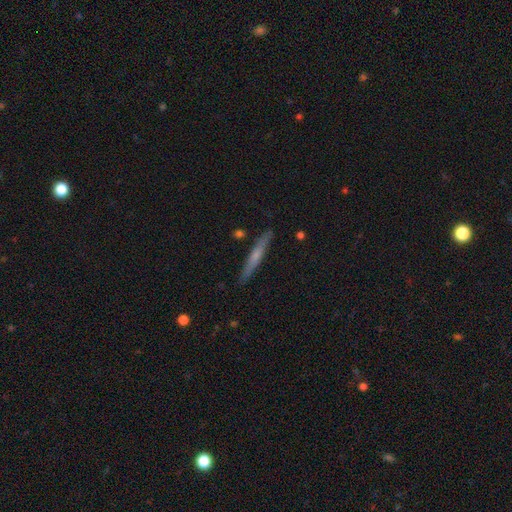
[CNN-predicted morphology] featured or disk 48%, smooth 46%, star or artifact 6%. Down the decision tree: merging — none (89%).